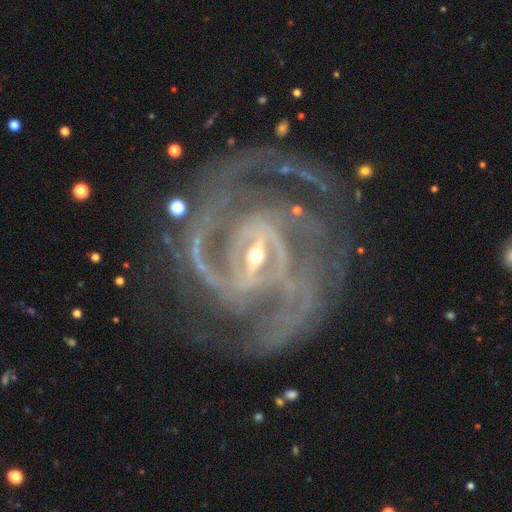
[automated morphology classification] Overall: featured or disk (93%). Edge-on disk: no (98%). Bar: strong (52%; weak 36%). Spiral arms: yes (99%). Spiral arm count: 2 (70%). Spiral winding: medium (49%; tight 44%). Bulge size: small (73%). Merging: none (71%).